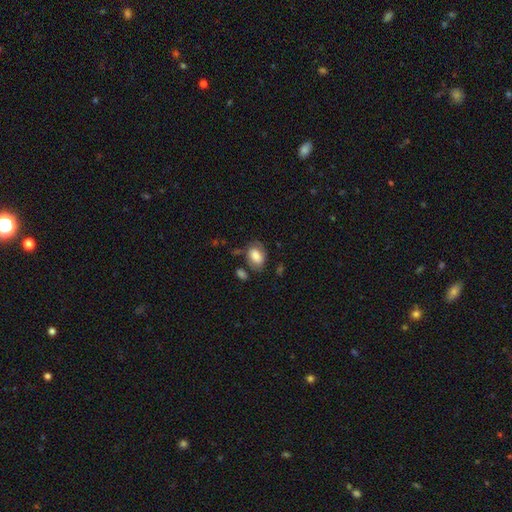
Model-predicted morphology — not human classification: smooth-or-featured: smooth: 75% | featured or disk: 17% | star or artifact: 8%
  how-rounded: in between: 84% | round: 15% | cigar-shaped: 1%
  merging: none: 61% | minor disturbance: 23% | major disturbance: 9% | merger: 7%